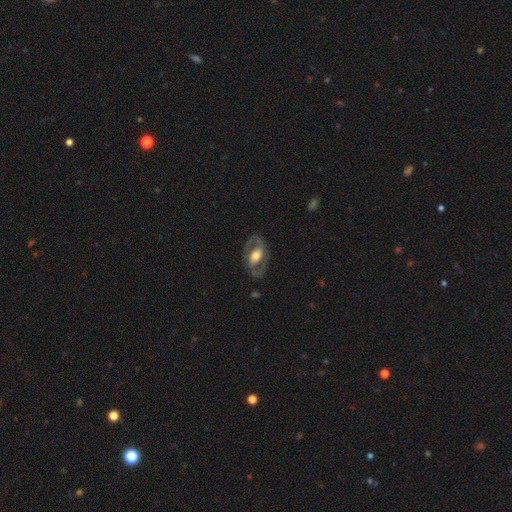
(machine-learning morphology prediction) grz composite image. It shows a featured or disk galaxy (73%) with no bar (42%), spiral arms (68%) and a moderate central bulge (53%). Merging: none (79%).